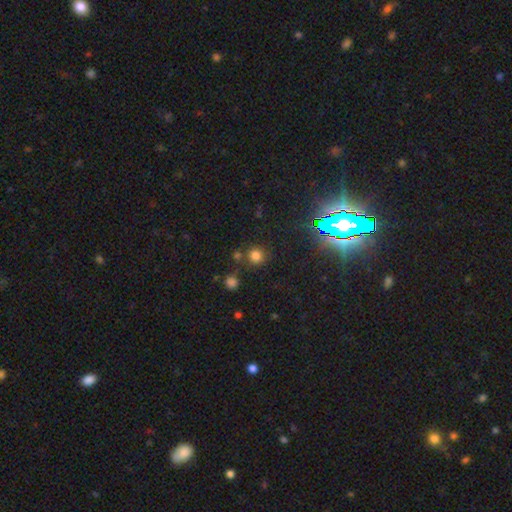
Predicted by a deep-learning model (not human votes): Smooth or featured? smooth (72%)
How rounded? round (91%)
Merging? none (77%)